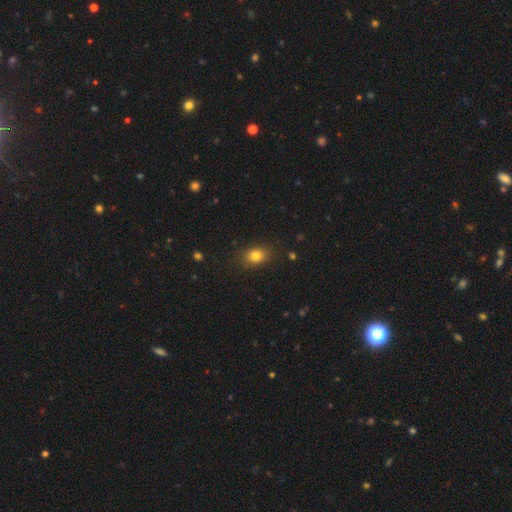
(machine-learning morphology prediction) Smooth or featured: smooth — 82% (star or artifact — 11%)
How rounded: in between — 65% (round — 33%)
Merging: none — 84% (minor disturbance — 12%)